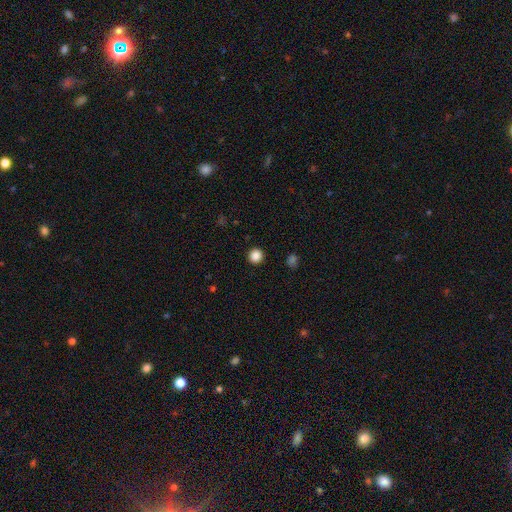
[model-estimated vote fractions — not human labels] smooth-or-featured: smooth: 87% | star or artifact: 11% | featured or disk: 3%
  how-rounded: round: 95% | in between: 4% | cigar-shaped: 1%
  merging: none: 93% | minor disturbance: 4% | major disturbance: 2% | merger: 1%